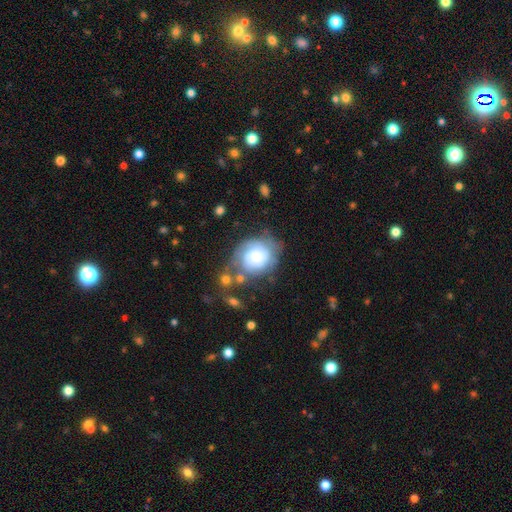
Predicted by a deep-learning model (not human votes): Overall: featured or disk (51%; smooth 41%). Edge-on disk: no (97%). Merging: none (47%; minor disturbance 25%).